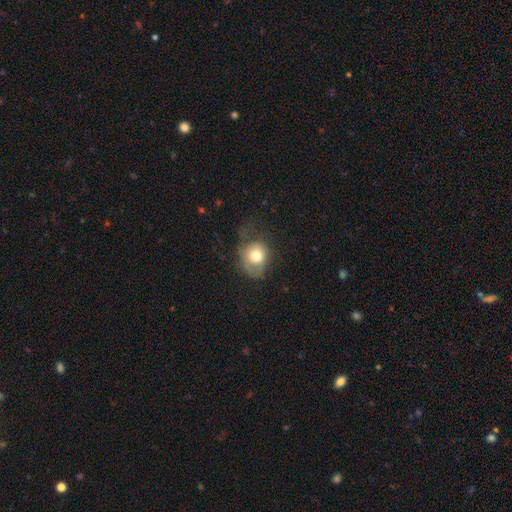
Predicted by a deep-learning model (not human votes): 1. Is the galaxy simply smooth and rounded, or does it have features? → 70% smooth, 22% featured or disk, 8% star or artifact.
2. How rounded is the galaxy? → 59% round, 40% in between, 1% cigar-shaped.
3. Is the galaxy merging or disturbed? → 35% none, 32% major disturbance, 31% minor disturbance, 2% merger.